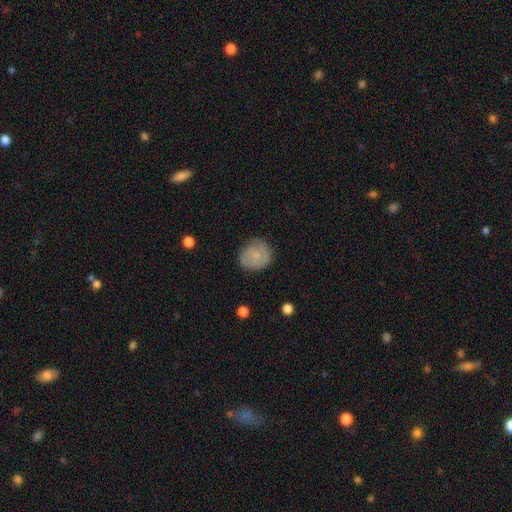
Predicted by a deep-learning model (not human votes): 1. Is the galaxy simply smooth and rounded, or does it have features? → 68% smooth, 25% featured or disk, 7% star or artifact.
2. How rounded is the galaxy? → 80% round, 19% in between, 1% cigar-shaped.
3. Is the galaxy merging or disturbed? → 77% none, 17% minor disturbance, 4% major disturbance, 1% merger.